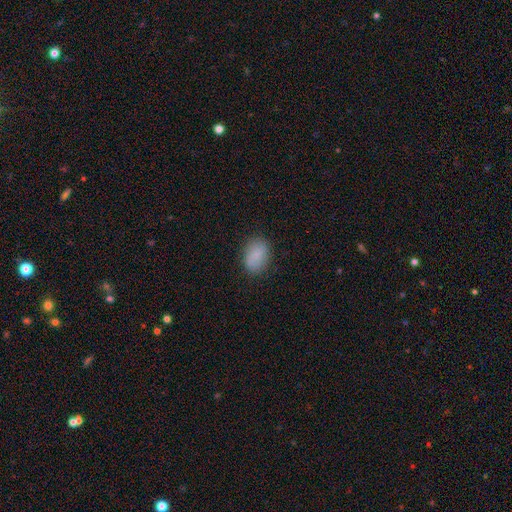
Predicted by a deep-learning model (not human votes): A smooth galaxy with no disk features (83%) that is in between round and cigar-shaped (83%). Merging: none (81%).